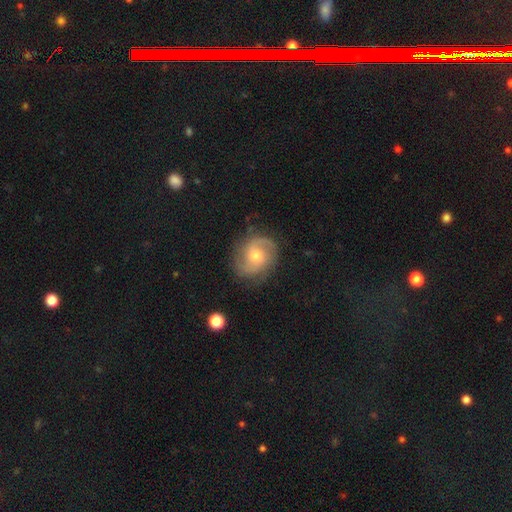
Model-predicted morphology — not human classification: Smooth or featured: featured or disk — 81% (smooth — 13%)
Edge-on disk: no — 98% (yes — 2%)
Bar: no — 61% (weak — 33%)
Spiral arms: yes — 96% (no — 4%)
Spiral winding: medium — 49% (tight — 33%)
Spiral arm count: 2 — 71% (3 — 11%)
Bulge size: moderate — 53% (small — 42%)
Merging: none — 79% (minor disturbance — 15%)